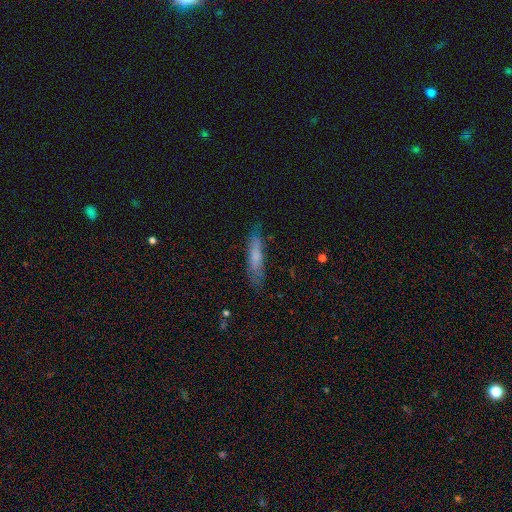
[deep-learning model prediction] The model was most divided on "smooth or featured": smooth: 63%, featured or disk: 29%, star or artifact: 8%. More confident: how rounded — cigar-shaped (83%); merging — none (76%).